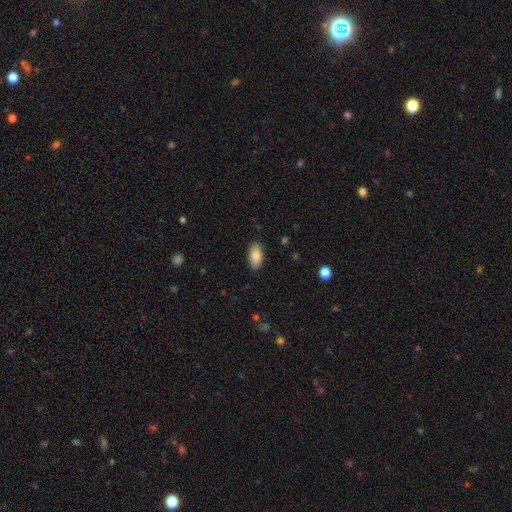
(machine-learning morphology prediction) Smooth or featured: smooth — 86% (featured or disk — 8%)
How rounded: in between — 94% (round — 3%)
Merging: none — 86% (minor disturbance — 10%)